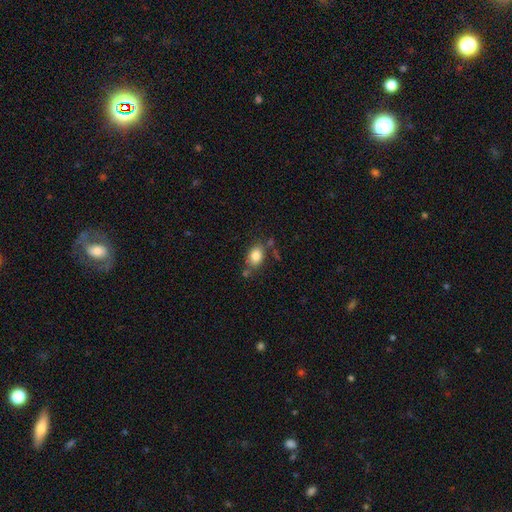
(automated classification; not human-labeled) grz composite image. It shows a smooth galaxy with no disk features (84%) that is in between round and cigar-shaped (71%). Merging: none (67%).